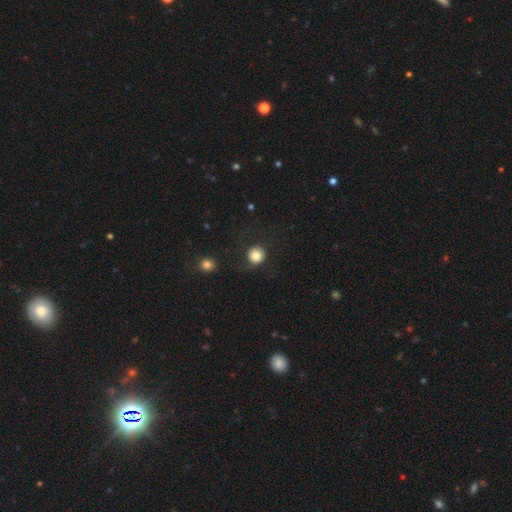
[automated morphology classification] A smooth galaxy with no disk features (82%) that is round (92%).

Vote fractions:
- Smooth or featured? smooth: 82% / star or artifact: 10% / featured or disk: 8%
- How rounded? round: 92% / in between: 7% / cigar-shaped: 1%
- Merging? none: 80% / minor disturbance: 11% / major disturbance: 7% / merger: 2%